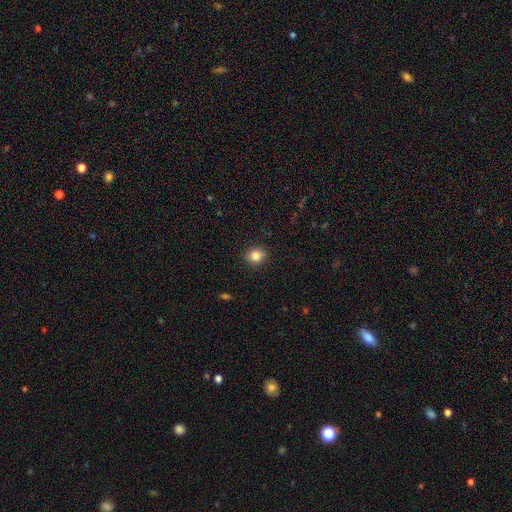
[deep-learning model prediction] Morphology: type=smooth (84%); roundness=round (68%); merging=none (90%).